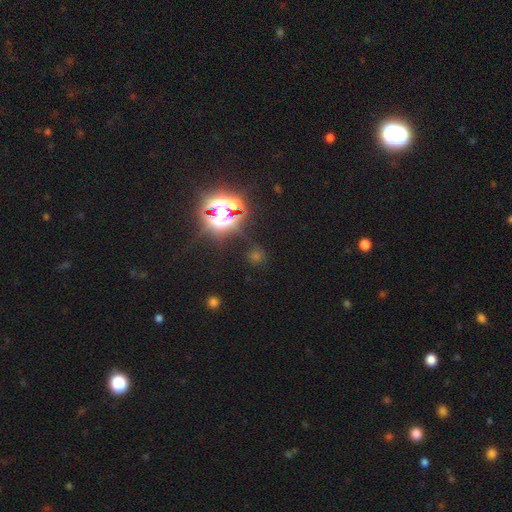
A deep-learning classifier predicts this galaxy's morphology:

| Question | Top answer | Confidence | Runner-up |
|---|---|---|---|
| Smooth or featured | star or artifact | 63% | smooth (28%) |